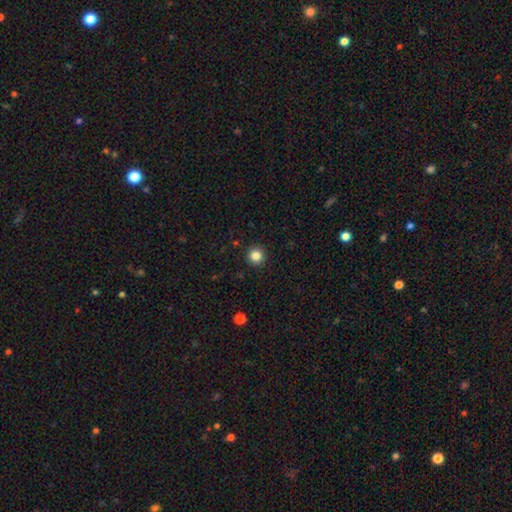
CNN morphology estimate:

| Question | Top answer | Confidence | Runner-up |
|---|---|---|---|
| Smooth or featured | smooth | 84% | star or artifact (11%) |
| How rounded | round | 96% | in between (3%) |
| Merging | none | 93% | minor disturbance (4%) |